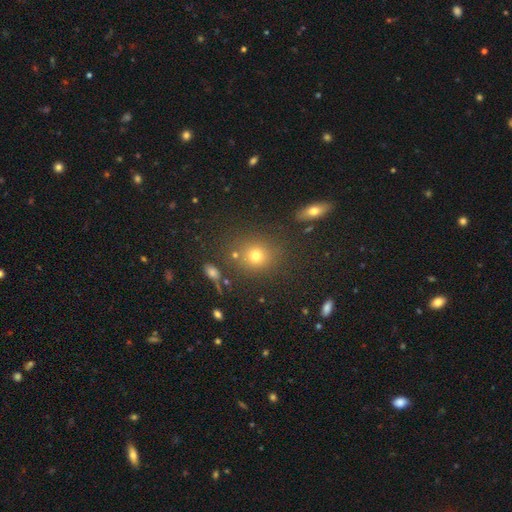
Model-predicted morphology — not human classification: A smooth galaxy with no disk features (70%) that is round (77%).

Vote fractions:
- Smooth or featured? smooth: 70% / star or artifact: 19% / featured or disk: 11%
- How rounded? round: 77% / in between: 21% / cigar-shaped: 2%
- Merging? none: 79% / minor disturbance: 10% / merger: 7% / major disturbance: 4%